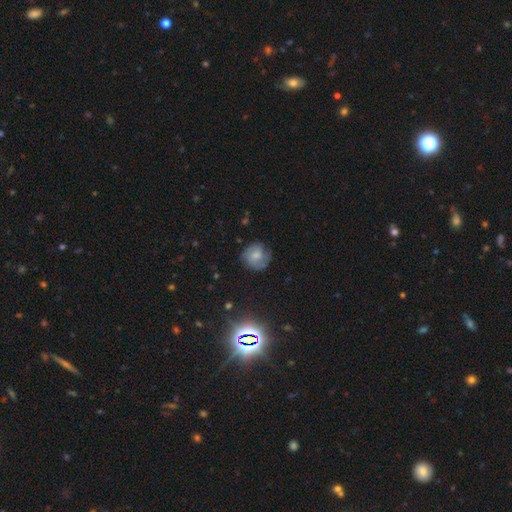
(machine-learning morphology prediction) A smooth galaxy with no disk features (54%) that is round (84%). Merging: none (69%).